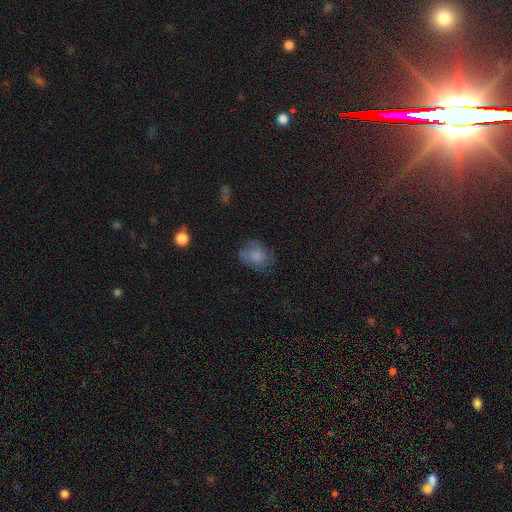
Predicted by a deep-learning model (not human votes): Smooth or featured?
  - smooth: 73% *
  - featured or disk: 18%
  - star or artifact: 9%
How rounded?
  - in between: 56% *
  - round: 43%
  - cigar-shaped: 1%
Merging?
  - none: 57% *
  - minor disturbance: 28%
  - major disturbance: 13%
  - merger: 2%